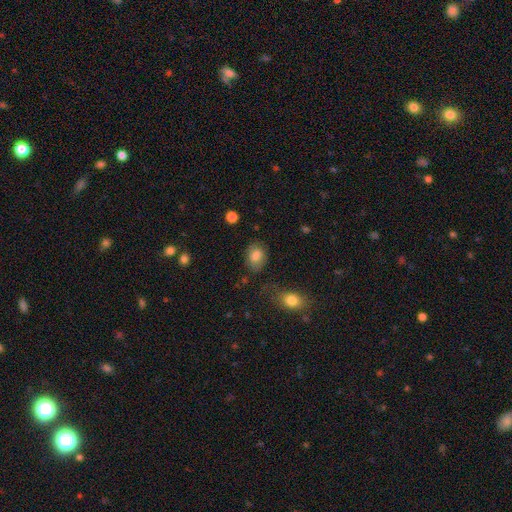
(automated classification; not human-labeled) A smooth galaxy with no disk features (76%) that is in between round and cigar-shaped (73%). Merging: none (69%).